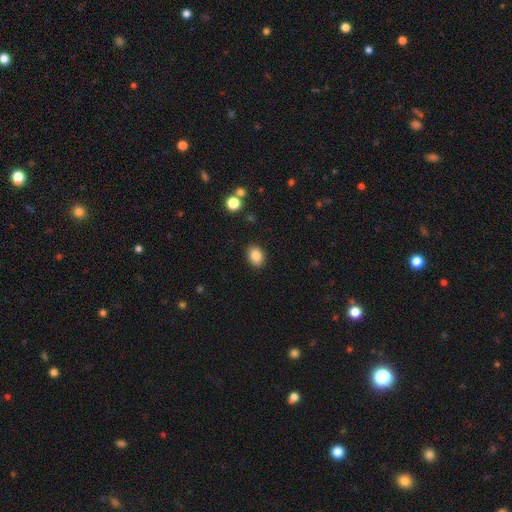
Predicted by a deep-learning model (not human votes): Smooth or featured: smooth — 85% (star or artifact — 9%)
How rounded: in between — 73% (round — 26%)
Merging: none — 89% (minor disturbance — 8%)